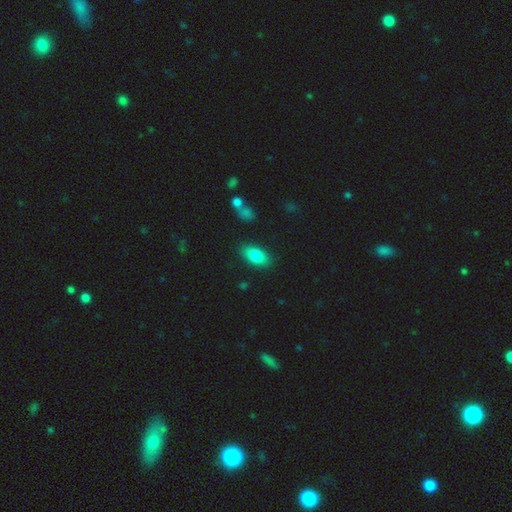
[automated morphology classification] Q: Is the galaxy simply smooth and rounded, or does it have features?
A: smooth — 82%.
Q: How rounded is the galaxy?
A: in between — 89%.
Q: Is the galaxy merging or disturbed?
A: none — 84%.